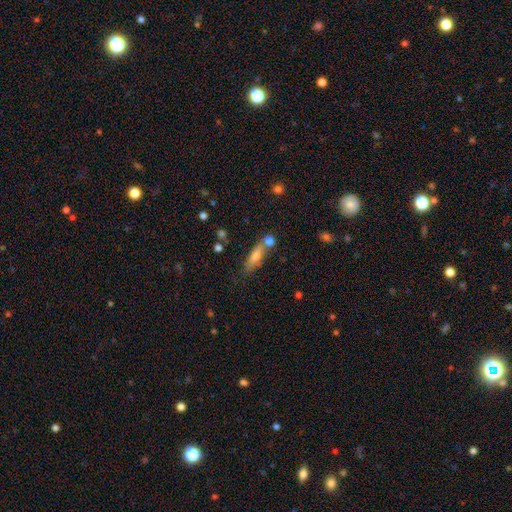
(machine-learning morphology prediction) Smooth or featured?
  - smooth: 65% *
  - featured or disk: 26%
  - star or artifact: 9%
How rounded?
  - cigar-shaped: 62% *
  - in between: 35%
  - round: 3%
Merging?
  - none: 65% *
  - merger: 16%
  - minor disturbance: 15%
  - major disturbance: 4%